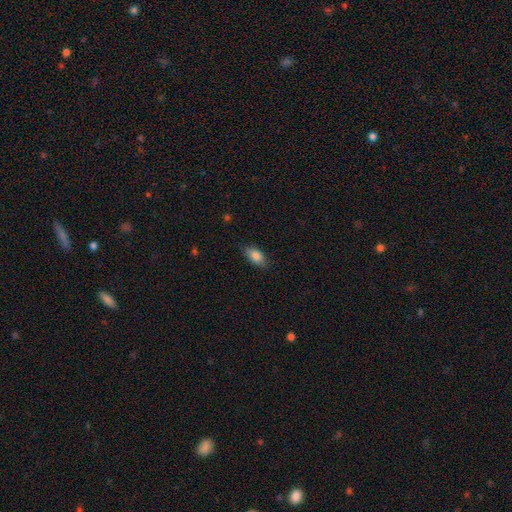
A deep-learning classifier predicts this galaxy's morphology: smooth 82%, featured or disk 11%, star or artifact 8%. Down the decision tree: how rounded — in between (87%); merging — none (80%).